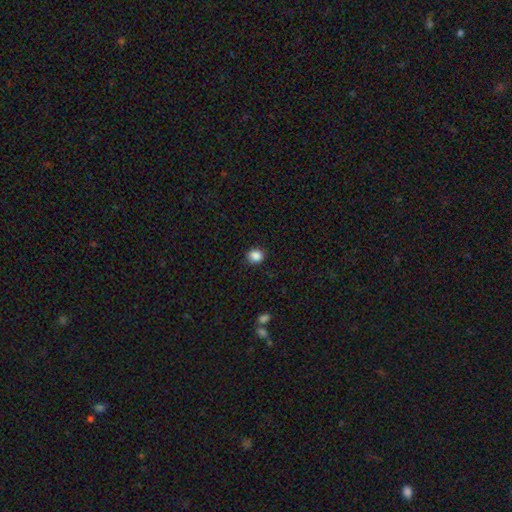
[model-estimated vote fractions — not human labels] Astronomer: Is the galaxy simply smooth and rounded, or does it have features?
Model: smooth — 87%.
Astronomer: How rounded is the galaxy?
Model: round — 72%.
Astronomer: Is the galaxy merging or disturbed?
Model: none — 88%.